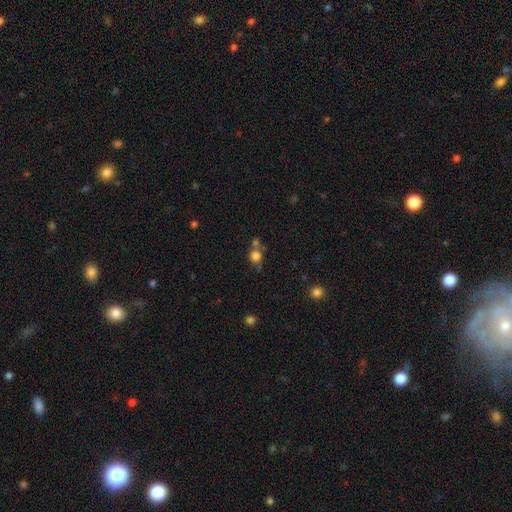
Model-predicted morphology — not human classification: Q: Smooth or featured?
A: smooth (79%); runner-up: star or artifact (13%)
Q: How rounded?
A: round (85%); runner-up: in between (14%)
Q: Merging?
A: none (55%); runner-up: merger (29%)